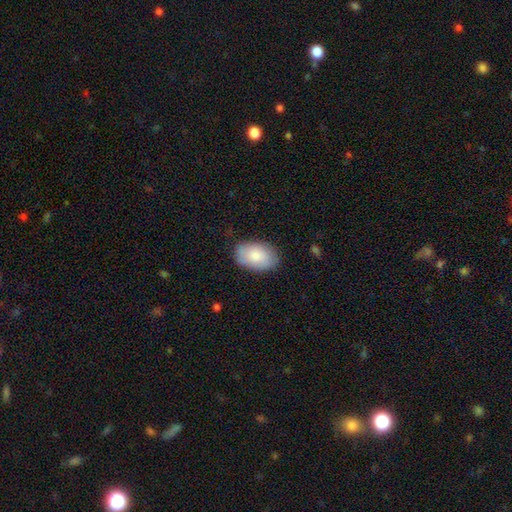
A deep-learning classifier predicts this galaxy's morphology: smooth-or-featured: smooth: 82% | featured or disk: 13% | star or artifact: 6%
  how-rounded: in between: 90% | round: 8% | cigar-shaped: 1%
  merging: none: 81% | minor disturbance: 15% | major disturbance: 3% | merger: 1%